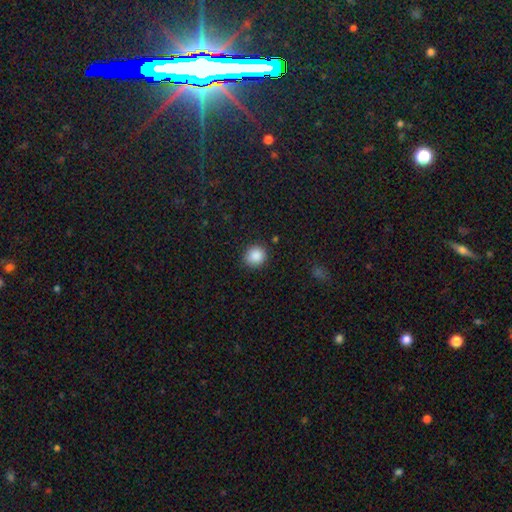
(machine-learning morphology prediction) A smooth galaxy with no disk features (88%) that is round (88%). Merging: none (89%).